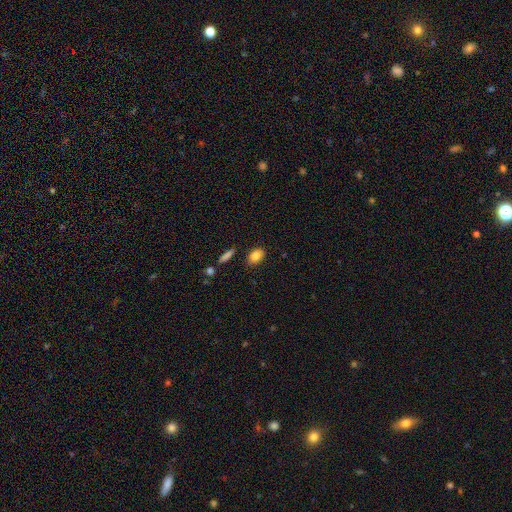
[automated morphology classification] A smooth galaxy with no disk features (85%) that is in between round and cigar-shaped (80%). Merging: none (84%).